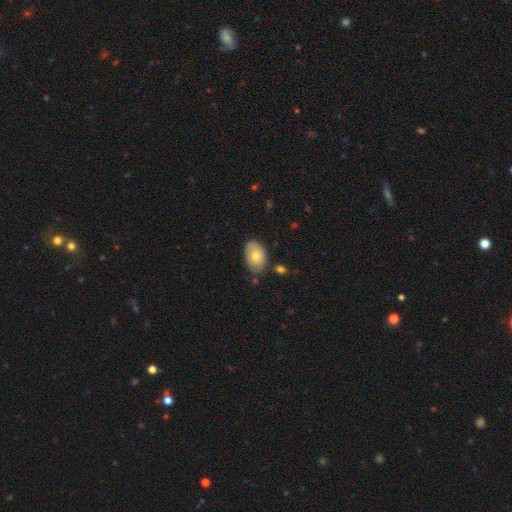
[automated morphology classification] A smooth galaxy with no disk features (69%) that is in between round and cigar-shaped (85%).

Vote fractions:
- Smooth or featured? smooth: 69% / featured or disk: 24% / star or artifact: 7%
- How rounded? in between: 85% / round: 13% / cigar-shaped: 1%
- Merging? none: 72% / minor disturbance: 21% / major disturbance: 4% / merger: 3%